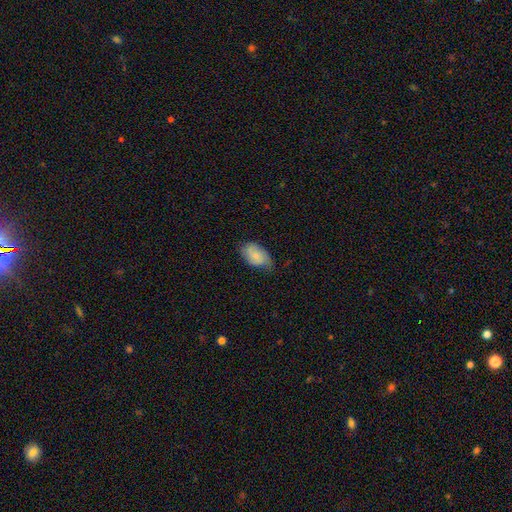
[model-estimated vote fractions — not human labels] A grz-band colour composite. It shows a smooth galaxy with no disk features (71%) that is in between round and cigar-shaped (91%). Merging: none (52%).